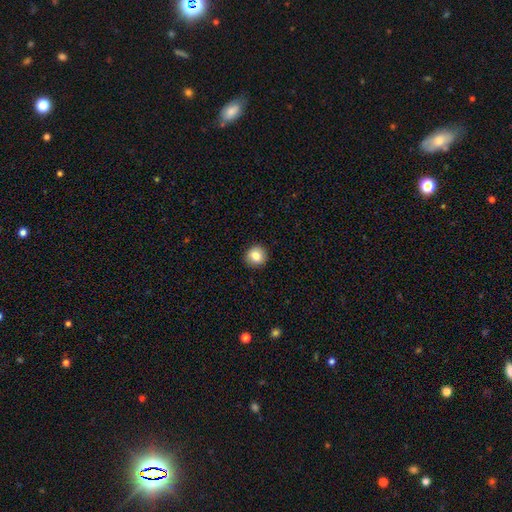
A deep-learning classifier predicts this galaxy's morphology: Smooth or featured? smooth (84%)
How rounded? round (90%)
Merging? none (90%)